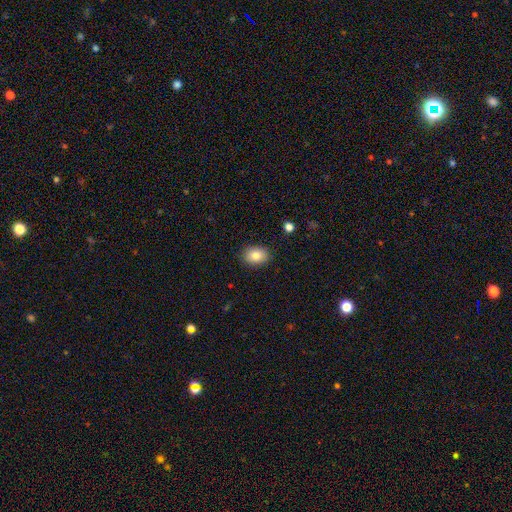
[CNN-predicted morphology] Smooth or featured? smooth (83%)
How rounded? in between (67%)
Merging? none (88%)